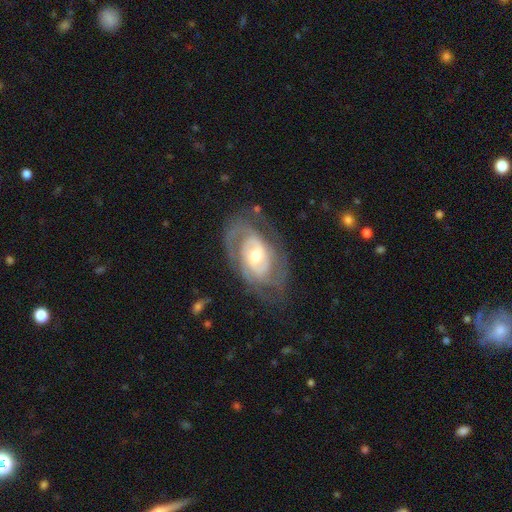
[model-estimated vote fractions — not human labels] Smooth or featured?
  - featured or disk: 86% *
  - smooth: 9%
  - star or artifact: 5%
Edge-on disk?
  - no: 96% *
  - yes: 4%
Bar?
  - no: 58% *
  - weak: 32%
  - strong: 9%
Spiral arms?
  - yes: 93% *
  - no: 7%
Spiral winding?
  - tight: 62% *
  - medium: 30%
  - loose: 8%
Spiral arm count?
  - 2: 49% *
  - can't tell: 25%
  - 3: 13%
  - 1: 6%
  - 4: 4%
  - more than 4: 3%
Bulge size?
  - moderate: 69% *
  - small: 21%
  - large: 8%
  - none: 1%
  - dominant: 1%
Merging?
  - none: 69% *
  - minor disturbance: 19%
  - major disturbance: 11%
  - merger: 1%